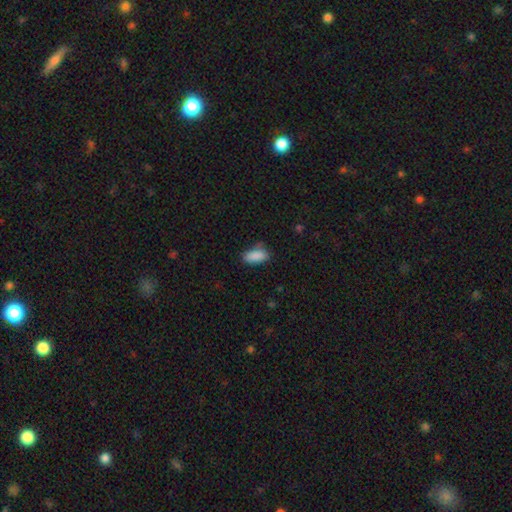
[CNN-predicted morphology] Smooth or featured?
  - smooth: 88% *
  - star or artifact: 8%
  - featured or disk: 4%
How rounded?
  - in between: 87% *
  - cigar-shaped: 11%
  - round: 3%
Merging?
  - none: 70% *
  - minor disturbance: 22%
  - major disturbance: 5%
  - merger: 3%